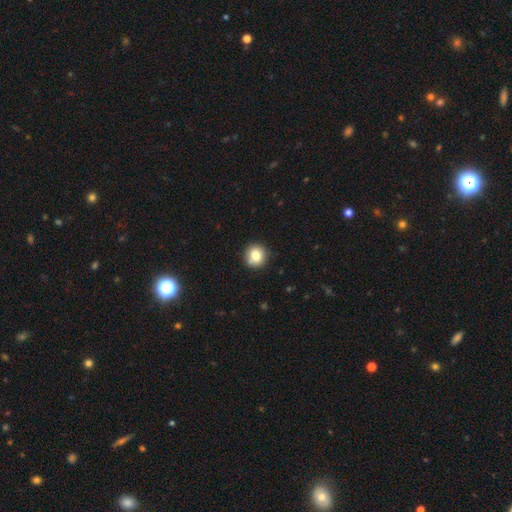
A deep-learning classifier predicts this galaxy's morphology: Smooth or featured? smooth (80%)
How rounded? round (90%)
Merging? none (84%)